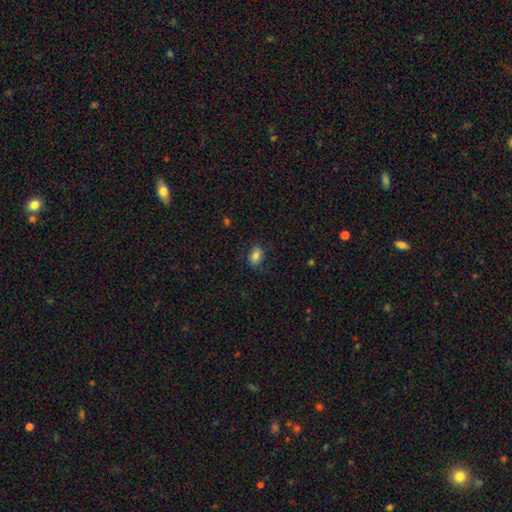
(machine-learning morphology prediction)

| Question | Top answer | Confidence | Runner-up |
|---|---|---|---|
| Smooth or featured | smooth | 80% | featured or disk (11%) |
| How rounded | in between | 73% | round (26%) |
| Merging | none | 79% | minor disturbance (16%) |